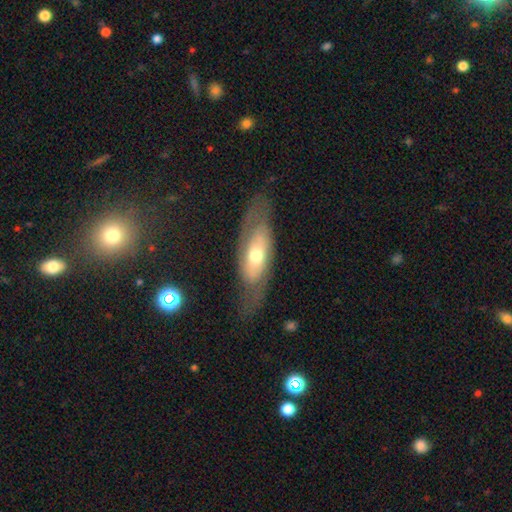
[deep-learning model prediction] featured or disk 60%, smooth 33%, star or artifact 6%. Down the decision tree: edge-on disk — no (75%); merging — none (68%).